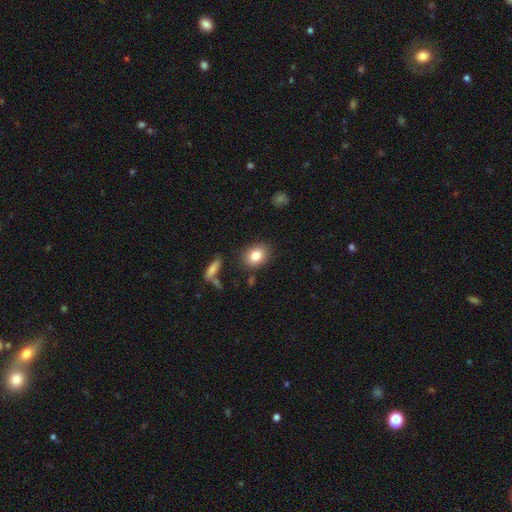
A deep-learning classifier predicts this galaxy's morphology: Smooth or featured: smooth — 82% (featured or disk — 9%)
How rounded: in between — 56% (round — 43%)
Merging: none — 83% (minor disturbance — 11%)